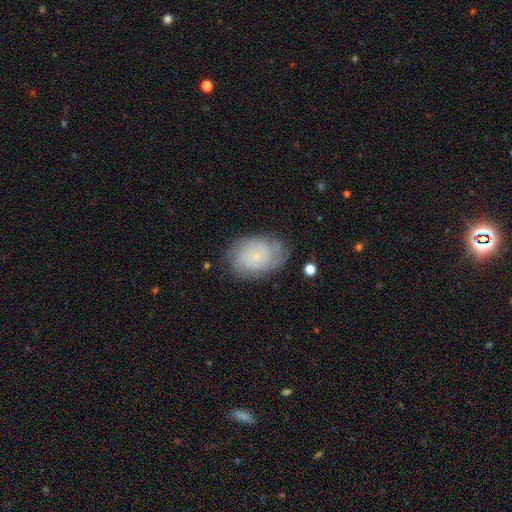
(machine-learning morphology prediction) featured or disk 66%, smooth 25%, star or artifact 9%. Down the decision tree: edge-on disk — no (97%); bar — no (80%); spiral arms — yes (91%); spiral arm count — can't tell (44%); spiral winding — tight (67%); bulge size — small (81%); merging — none (73%).